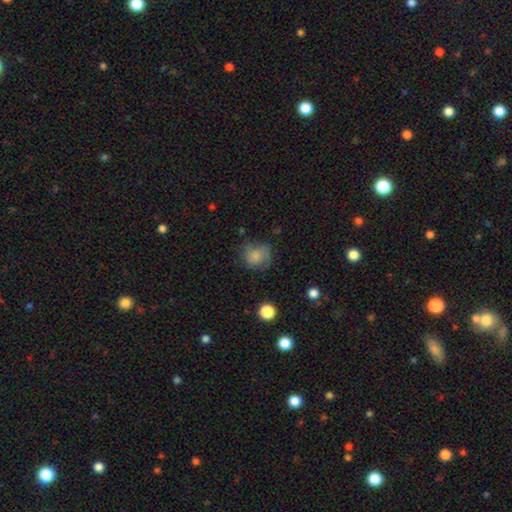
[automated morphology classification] Smooth or featured?
  - smooth: 72% *
  - featured or disk: 18%
  - star or artifact: 10%
How rounded?
  - round: 72% *
  - in between: 27%
  - cigar-shaped: 1%
Merging?
  - none: 49% *
  - minor disturbance: 29%
  - major disturbance: 19%
  - merger: 2%